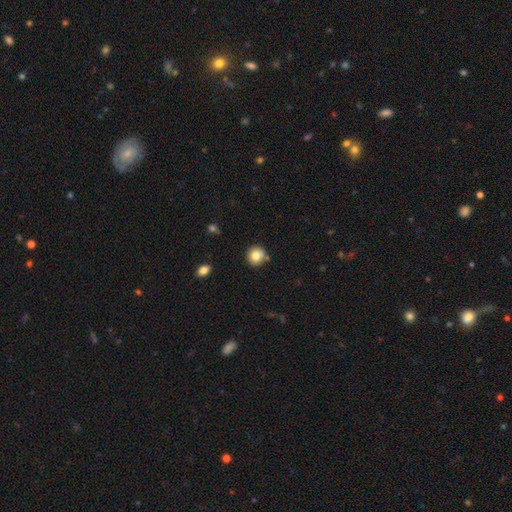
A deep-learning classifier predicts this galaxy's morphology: Overall: smooth (80%). How rounded: round (91%). Merging: none (82%).